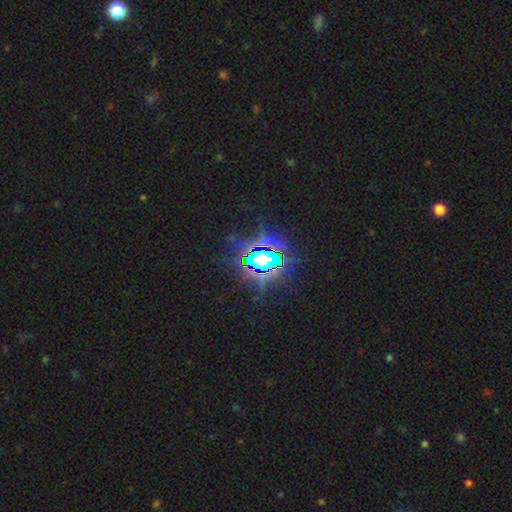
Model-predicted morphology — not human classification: star or artifact 85%, smooth 10%, featured or disk 6%.